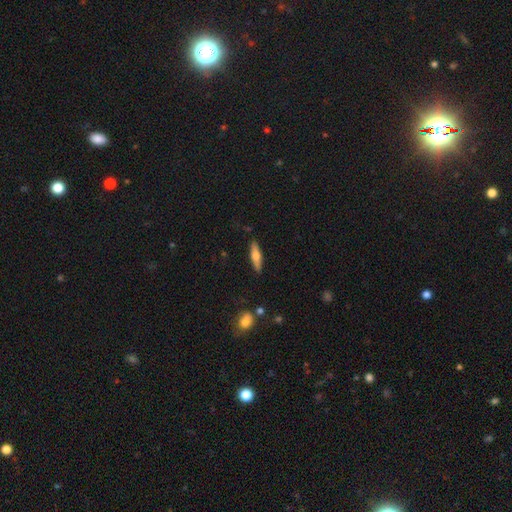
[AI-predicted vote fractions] smooth_or_featured: smooth (p=0.56) [alt: featured or disk p=0.38]
how_rounded: cigar-shaped (p=0.73) [alt: in between p=0.25]
merging: none (p=0.87) [alt: minor disturbance p=0.09]